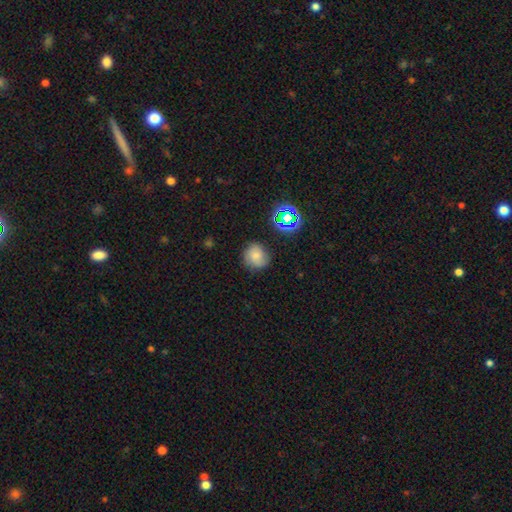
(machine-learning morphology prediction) Smooth or featured?
  - smooth: 66% *
  - featured or disk: 18%
  - star or artifact: 16%
How rounded?
  - round: 83% *
  - in between: 16%
  - cigar-shaped: 1%
Merging?
  - none: 75% *
  - minor disturbance: 18%
  - major disturbance: 5%
  - merger: 2%